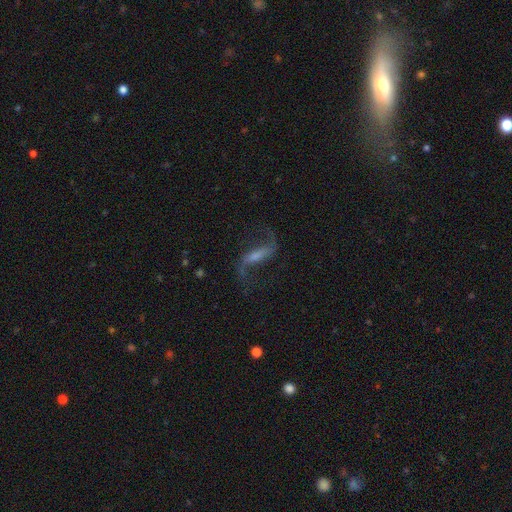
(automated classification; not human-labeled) Smooth or featured? Predicted: featured or disk (p=0.84). Edge-on disk? Predicted: no (p=0.91). Bar? Predicted: strong (p=0.47). Spiral arms? Predicted: yes (p=0.95). Spiral winding? Predicted: loose (p=0.83). Spiral arm count? Predicted: 2 (p=0.93). Bulge size? Predicted: small (p=0.50). Merging? Predicted: none (p=0.75).